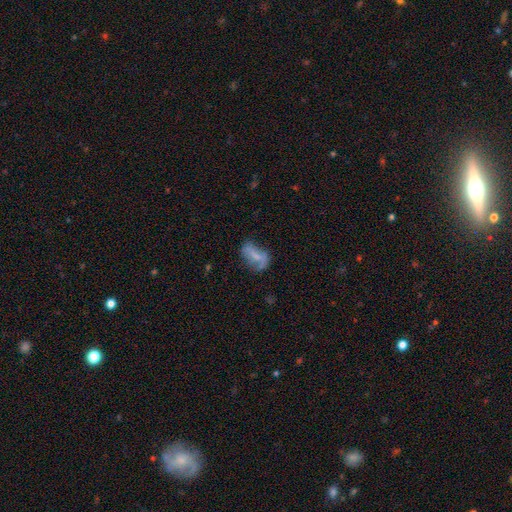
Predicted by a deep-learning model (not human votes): The model was most divided on "smooth or featured": smooth: 48%, featured or disk: 42%, star or artifact: 10%. Remaining: merging — none (42%).